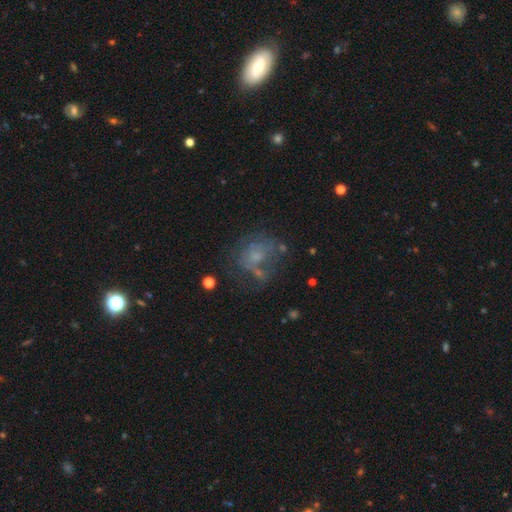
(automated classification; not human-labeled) Smooth or featured: featured or disk — 43% (smooth — 39%)
Merging: none — 42% (major disturbance — 25%)